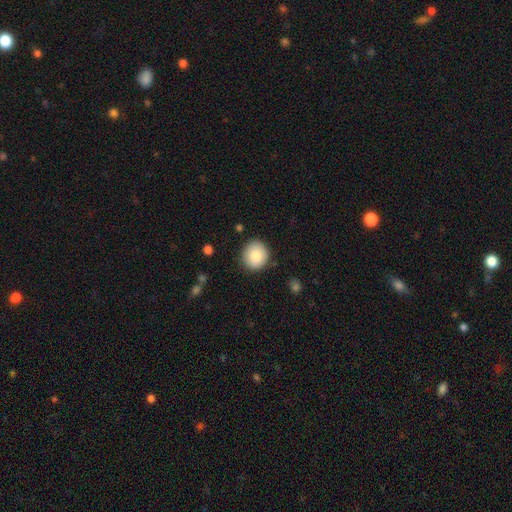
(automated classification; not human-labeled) A smooth galaxy with no disk features (86%) that is round (90%).

Vote fractions:
- Smooth or featured? smooth: 86% / star or artifact: 7% / featured or disk: 6%
- How rounded? round: 90% / in between: 9% / cigar-shaped: 1%
- Merging? none: 87% / minor disturbance: 9% / major disturbance: 2% / merger: 1%